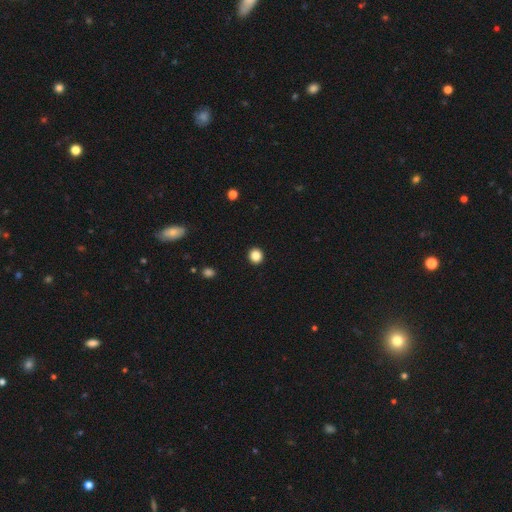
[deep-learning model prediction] smooth_or_featured: smooth (p=0.86) [alt: star or artifact p=0.11]
how_rounded: round (p=0.90) [alt: in between p=0.09]
merging: none (p=0.93) [alt: minor disturbance p=0.04]